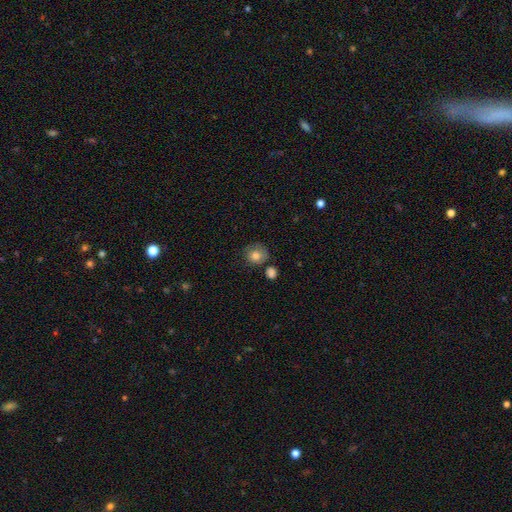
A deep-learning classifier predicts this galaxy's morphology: smooth_or_featured: smooth (p=0.79) [alt: featured or disk p=0.12]
how_rounded: round (p=0.83) [alt: in between p=0.16]
merging: none (p=0.65) [alt: minor disturbance p=0.20]